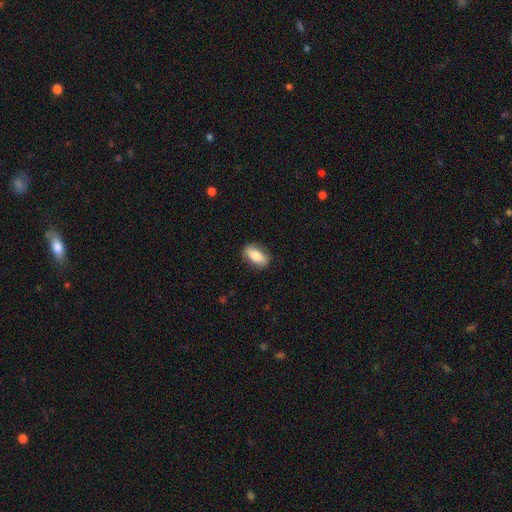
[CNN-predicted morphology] smooth 77%, featured or disk 17%, star or artifact 6%. Down the decision tree: how rounded — in between (81%); merging — none (85%).